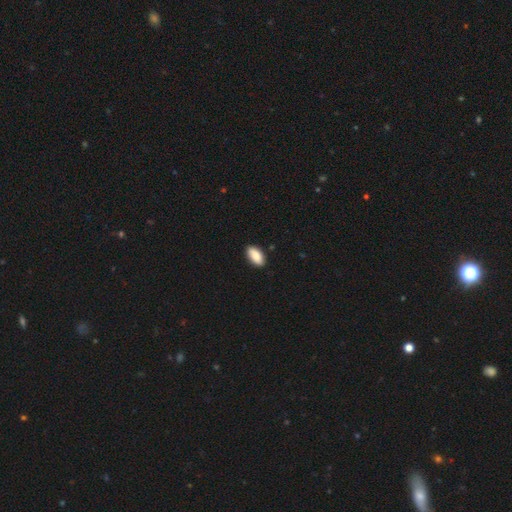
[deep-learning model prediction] Smooth or featured? Predicted: smooth (p=0.88). How rounded? Predicted: in between (p=0.93). Merging? Predicted: none (p=0.88).